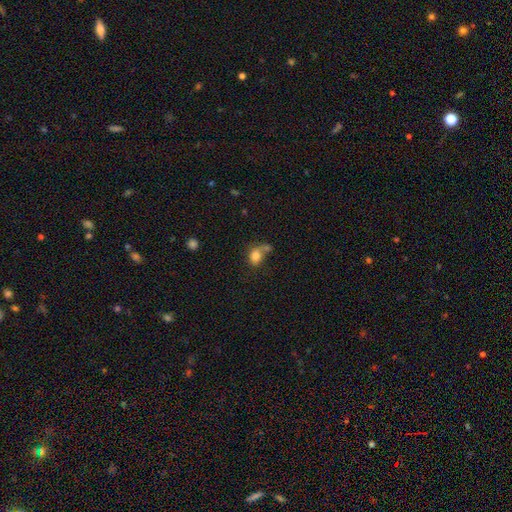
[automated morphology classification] Smooth or featured? smooth (80%)
How rounded? in between (57%)
Merging? none (37%)